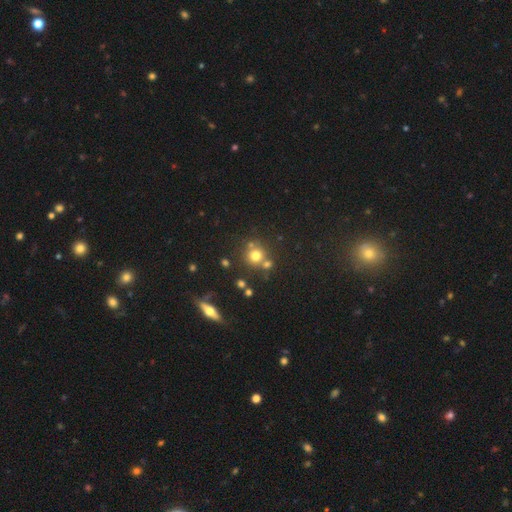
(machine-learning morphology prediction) type=smooth (72%); roundness=round (91%); merging=none (65%).